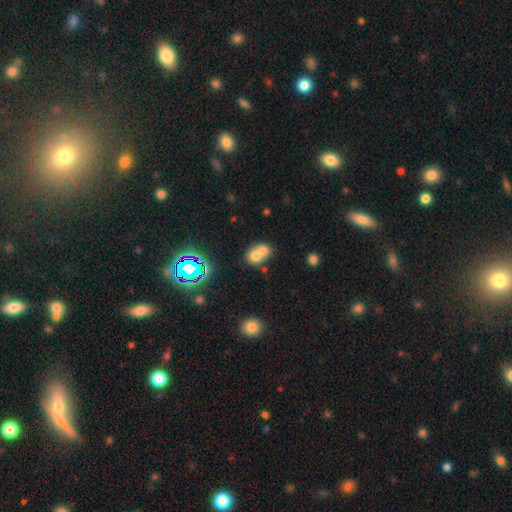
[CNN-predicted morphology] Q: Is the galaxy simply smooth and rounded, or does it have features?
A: smooth — 65%.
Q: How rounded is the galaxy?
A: round — 58%.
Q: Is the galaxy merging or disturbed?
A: merger — 65%.